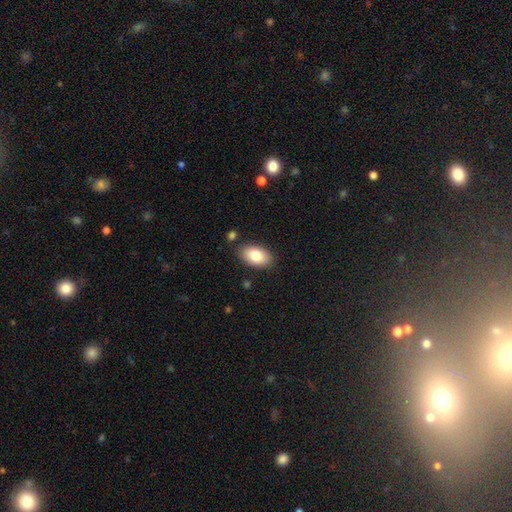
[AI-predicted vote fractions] The model was most divided on "smooth or featured": smooth: 82%, featured or disk: 11%, star or artifact: 7%. More confident: how rounded — in between (93%); merging — none (85%).